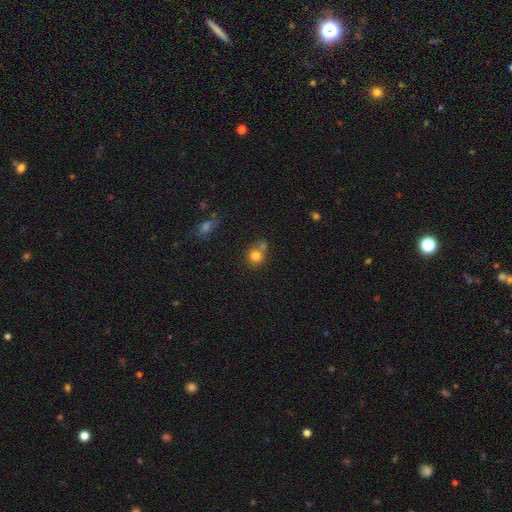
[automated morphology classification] smooth 79%, star or artifact 12%, featured or disk 9%. Down the decision tree: how rounded — round (83%); merging — none (50%).